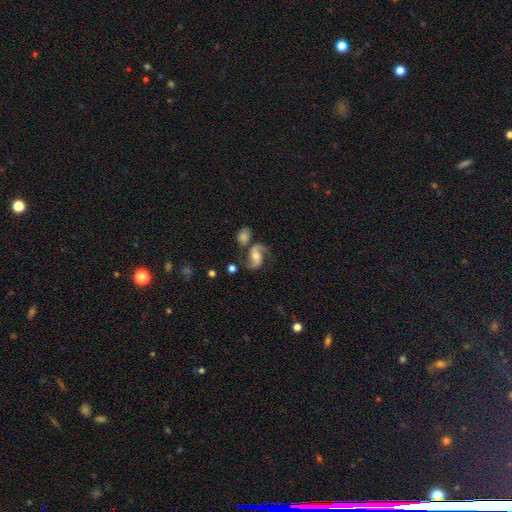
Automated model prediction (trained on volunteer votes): Morphology: type=featured or disk (86%); edge-on=no (97%); bar=no (42%); spiral arms=yes (97%); winding=loose (48%); arm count=2 (93%); bulge=moderate (61%); merging=none (63%).